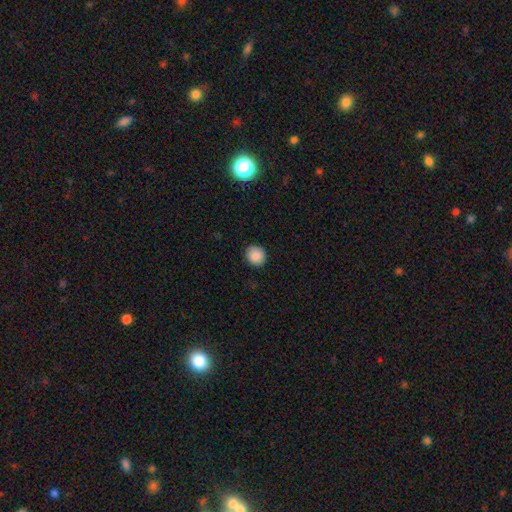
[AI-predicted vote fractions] The model was most divided on "how rounded": round: 88%, in between: 11%, cigar-shaped: 1%. More confident: merging — none (90%); smooth or featured — smooth (88%).